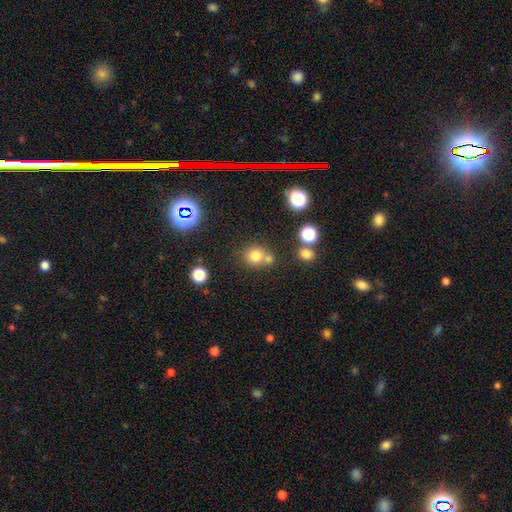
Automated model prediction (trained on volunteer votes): This is likely a smooth galaxy (76%). How rounded: clearly round (84%). Merging: possibly none (57%).